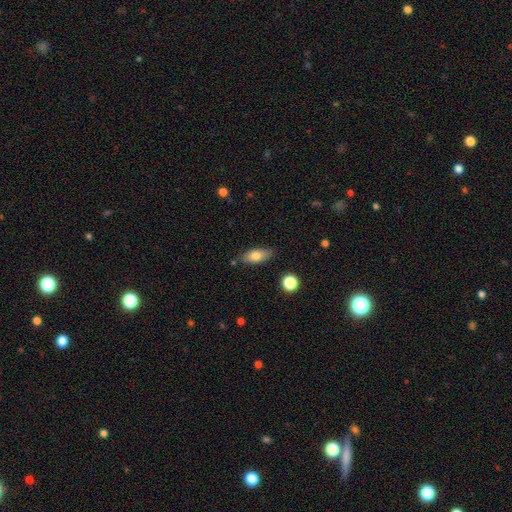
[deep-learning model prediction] smooth-or-featured: smooth: 76% | featured or disk: 16% | star or artifact: 8%
  how-rounded: in between: 81% | cigar-shaped: 15% | round: 4%
  merging: none: 81% | minor disturbance: 13% | merger: 3% | major disturbance: 3%